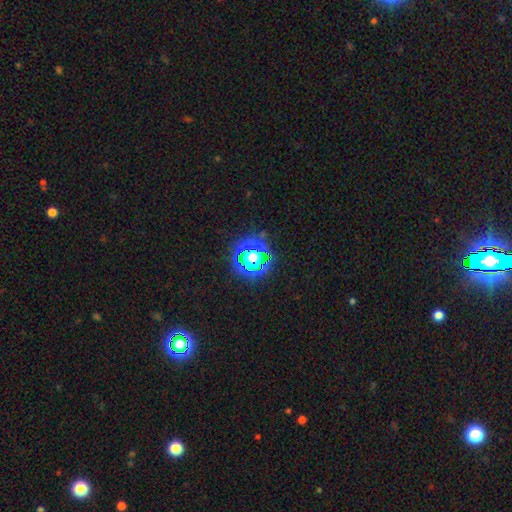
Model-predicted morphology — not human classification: Smooth or featured? Predicted: star or artifact (p=0.54).